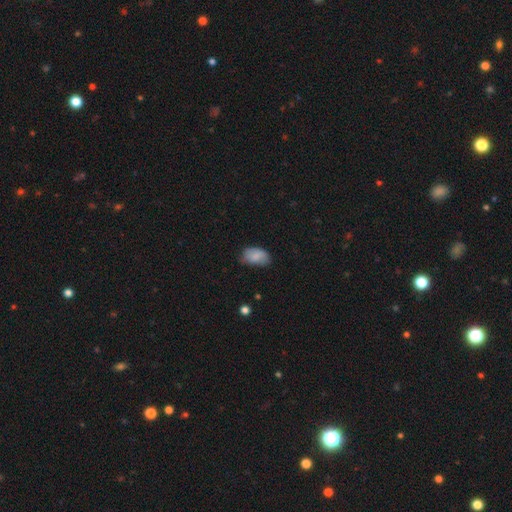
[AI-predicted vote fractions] smooth_or_featured: smooth (p=0.83) [alt: featured or disk p=0.09]
how_rounded: in between (p=0.91) [alt: round p=0.08]
merging: none (p=0.55) [alt: minor disturbance p=0.36]